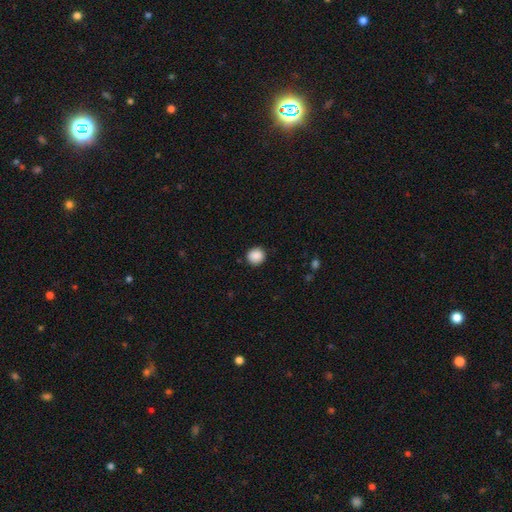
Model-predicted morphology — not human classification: Smooth or featured? Predicted: smooth (p=0.89). How rounded? Predicted: round (p=0.90). Merging? Predicted: none (p=0.90).